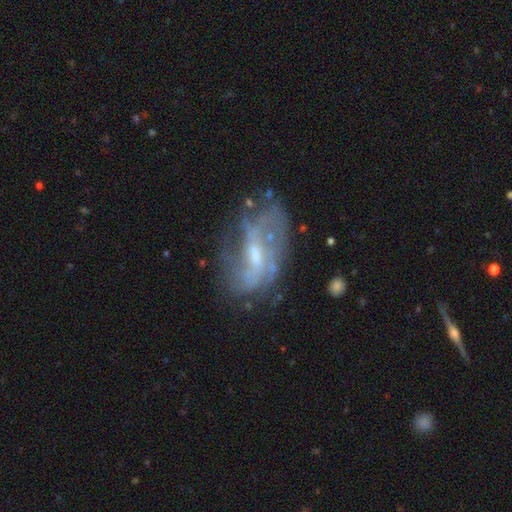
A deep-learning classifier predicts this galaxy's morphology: Smooth or featured?
  - featured or disk: 76% *
  - smooth: 15%
  - star or artifact: 9%
Edge-on disk?
  - no: 94% *
  - yes: 6%
Bar?
  - weak: 51% *
  - no: 31%
  - strong: 19%
Spiral arms?
  - yes: 71% *
  - no: 29%
Spiral winding?
  - loose: 45% *
  - medium: 35%
  - tight: 20%
Spiral arm count?
  - can't tell: 39% *
  - 2: 37%
  - 3: 9%
  - 1: 7%
  - 4: 4%
  - more than 4: 3%
Bulge size?
  - small: 49% *
  - moderate: 38%
  - none: 9%
  - large: 2%
  - dominant: 1%
Merging?
  - none: 51% *
  - minor disturbance: 23%
  - major disturbance: 22%
  - merger: 4%